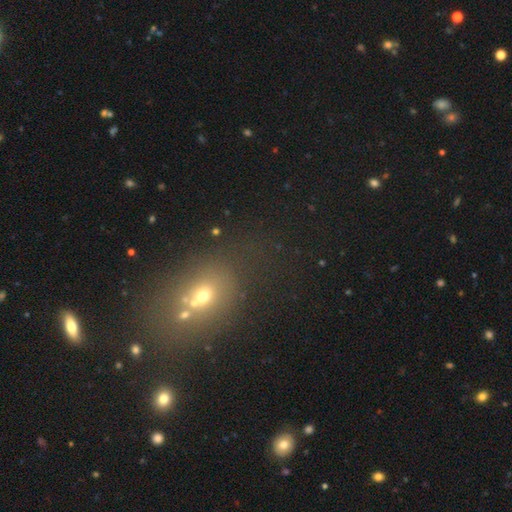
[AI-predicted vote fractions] smooth 50%, star or artifact 36%, featured or disk 14%. Down the decision tree: merging — none (67%).